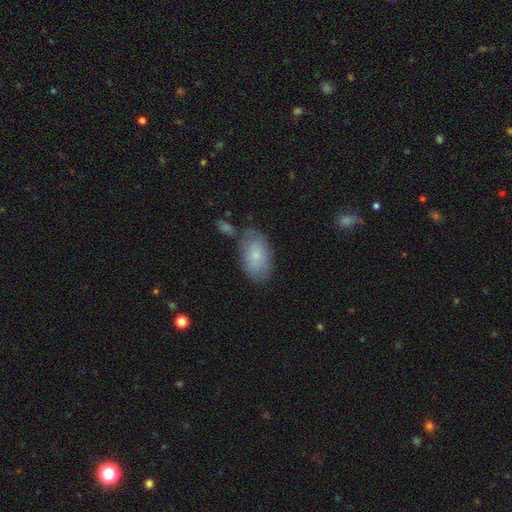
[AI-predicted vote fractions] Smooth or featured? Predicted: smooth (p=0.74). How rounded? Predicted: in between (p=0.93). Merging? Predicted: none (p=0.63).